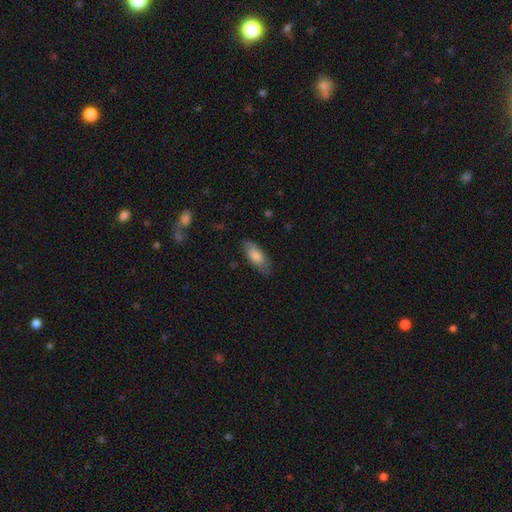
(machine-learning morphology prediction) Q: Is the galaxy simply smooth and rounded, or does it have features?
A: smooth — 76%.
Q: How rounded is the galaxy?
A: in between — 80%.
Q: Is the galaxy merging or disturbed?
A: none — 76%.